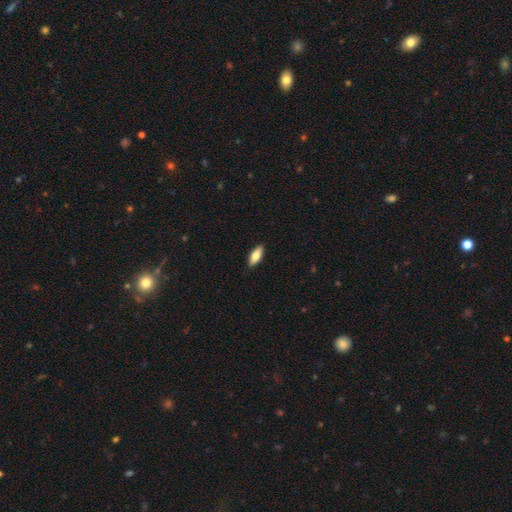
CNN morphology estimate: Smooth or featured: smooth — 80% (featured or disk — 14%)
How rounded: in between — 78% (cigar-shaped — 19%)
Merging: none — 90% (minor disturbance — 8%)